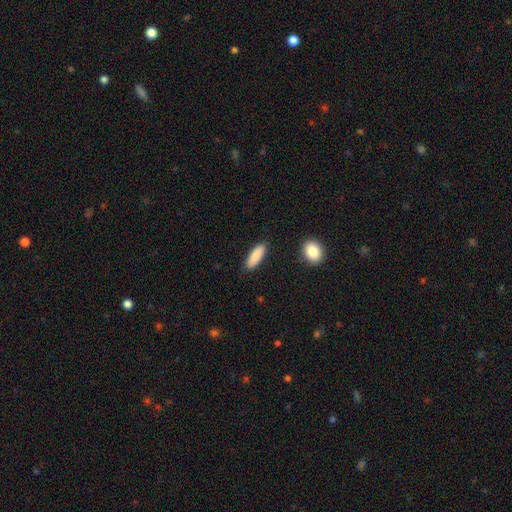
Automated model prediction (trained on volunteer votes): Smooth or featured? smooth (88%)
How rounded? in between (51%)
Merging? none (87%)